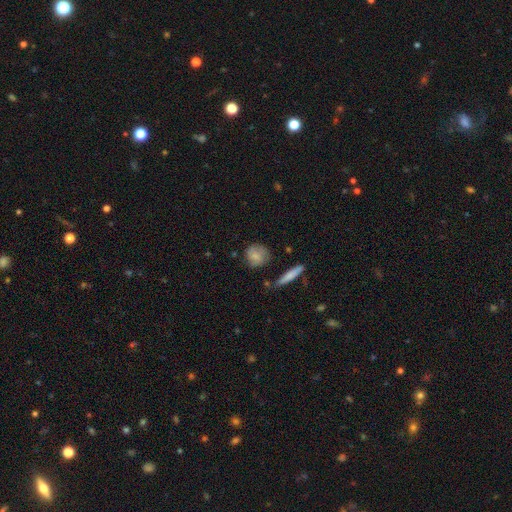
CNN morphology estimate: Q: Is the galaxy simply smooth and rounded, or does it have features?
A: smooth — 71%.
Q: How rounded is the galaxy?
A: round — 73%.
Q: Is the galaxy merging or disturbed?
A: none — 66%.